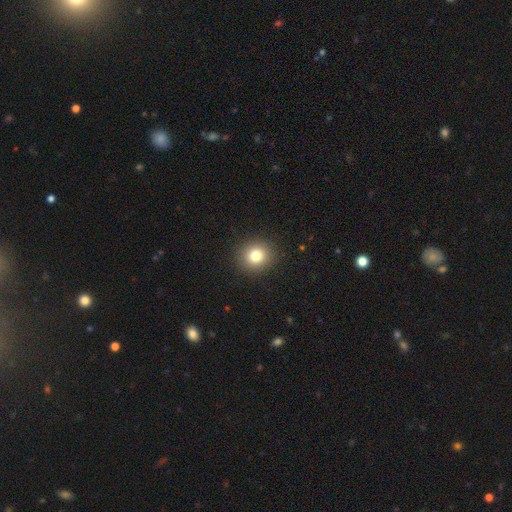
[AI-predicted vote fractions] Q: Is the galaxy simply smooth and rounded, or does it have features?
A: smooth — 80%.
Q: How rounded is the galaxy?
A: round — 87%.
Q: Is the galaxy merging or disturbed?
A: none — 91%.